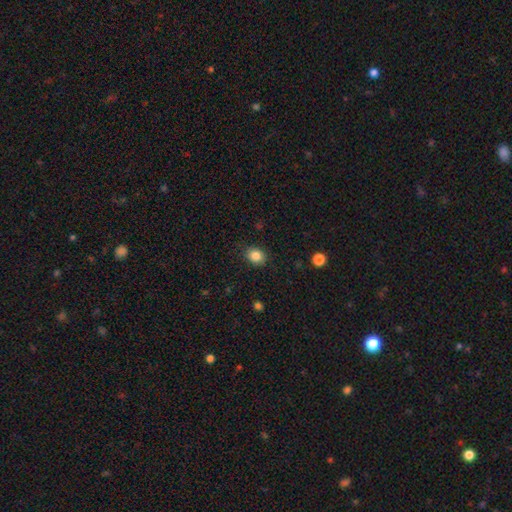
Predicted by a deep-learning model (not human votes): A smooth galaxy with no disk features (85%) that is in between round and cigar-shaped (50%).

Vote fractions:
- Smooth or featured? smooth: 85% / star or artifact: 10% / featured or disk: 5%
- How rounded? in between: 50% / round: 49% / cigar-shaped: 1%
- Merging? none: 86% / minor disturbance: 11% / major disturbance: 3% / merger: 1%